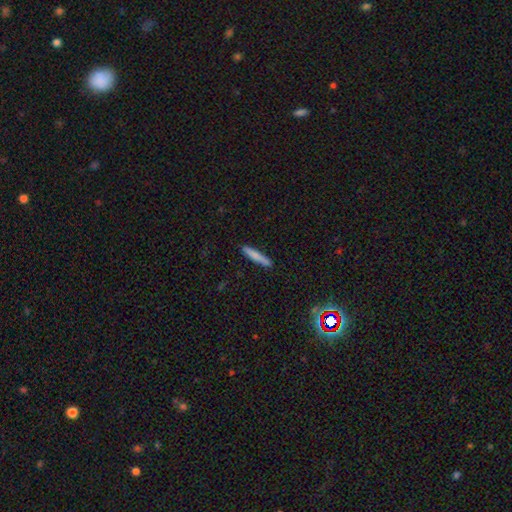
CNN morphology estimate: Overall: smooth (77%). How rounded: cigar-shaped (93%). Merging: none (87%).